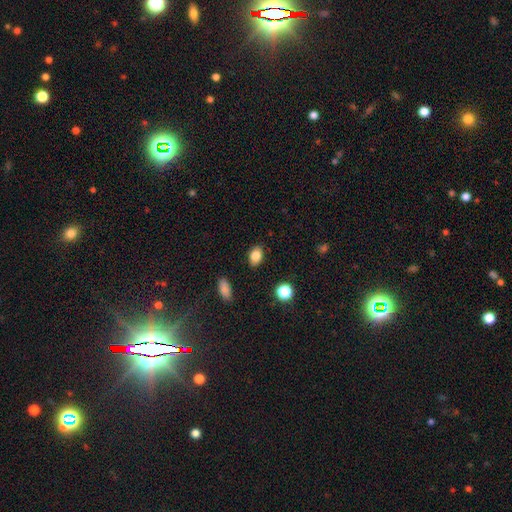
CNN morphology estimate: Smooth or featured?
  - smooth: 83% *
  - star or artifact: 10%
  - featured or disk: 7%
How rounded?
  - in between: 79% *
  - round: 20%
  - cigar-shaped: 1%
Merging?
  - none: 87% *
  - minor disturbance: 9%
  - major disturbance: 2%
  - merger: 2%